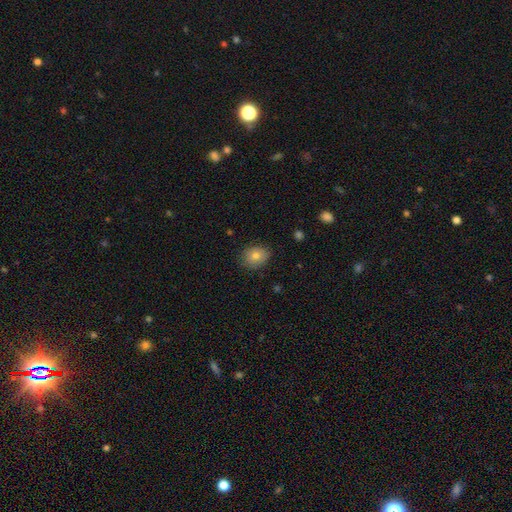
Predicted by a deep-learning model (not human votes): A smooth galaxy with no disk features (77%) that is round (56%). Merging: none (83%).